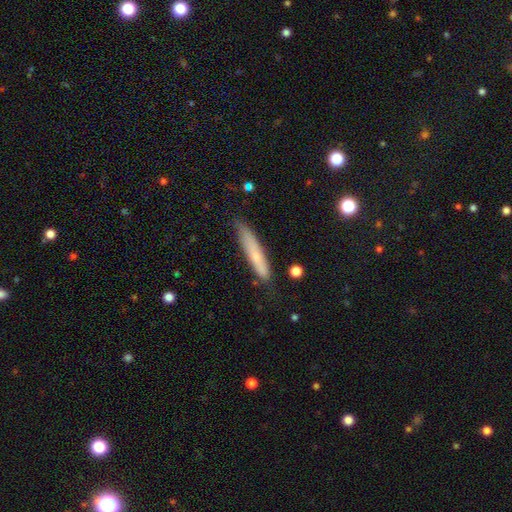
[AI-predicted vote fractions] smooth_or_featured: smooth (p=0.66) [alt: featured or disk p=0.28]
how_rounded: cigar-shaped (p=0.91) [alt: in between p=0.08]
merging: none (p=0.74) [alt: minor disturbance p=0.20]